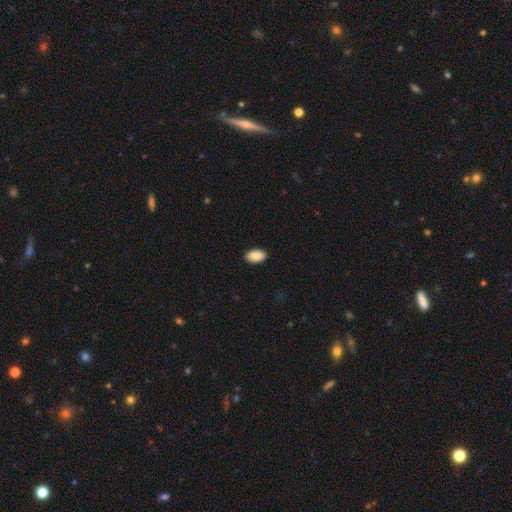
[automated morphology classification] Q: Smooth or featured?
A: smooth (89%); runner-up: star or artifact (7%)
Q: How rounded?
A: in between (95%); runner-up: round (4%)
Q: Merging?
A: none (90%); runner-up: minor disturbance (7%)